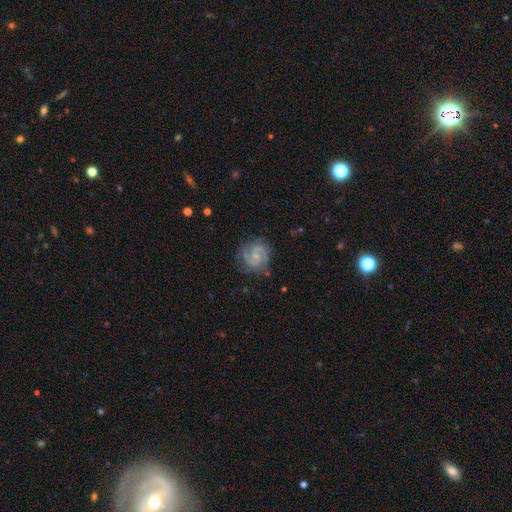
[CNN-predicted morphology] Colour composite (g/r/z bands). It shows a featured or disk galaxy (88%) with no bar (55%), 2 (83%) medium (48%) spiral arms (98%) and a small central bulge (65%). Merging: none (78%).